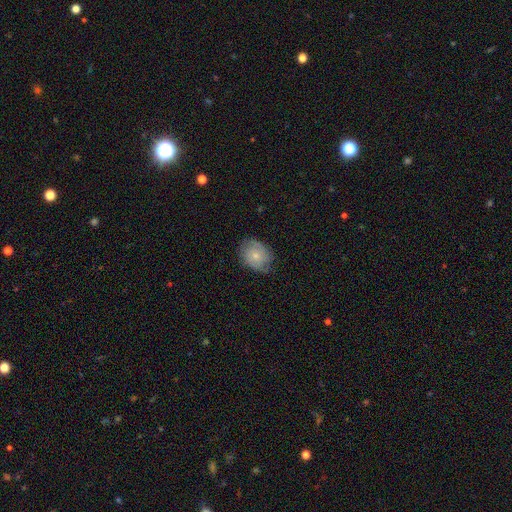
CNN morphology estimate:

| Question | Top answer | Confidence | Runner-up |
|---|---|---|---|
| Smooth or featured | smooth | 49% | featured or disk (44%) |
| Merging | none | 69% | minor disturbance (24%) |